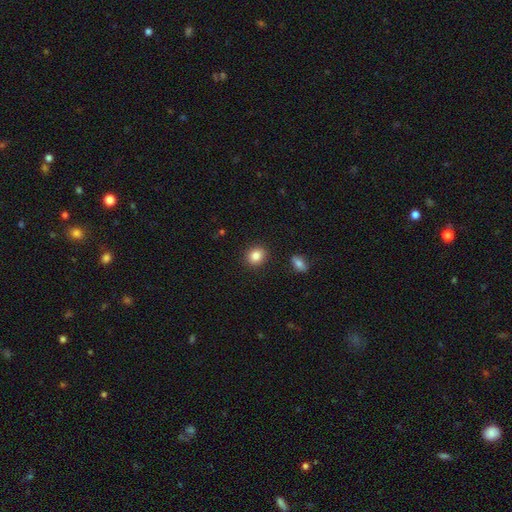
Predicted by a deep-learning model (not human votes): This appears to be a smooth galaxy with no disk features (85%) that is round (74%). Merging: none (90%).